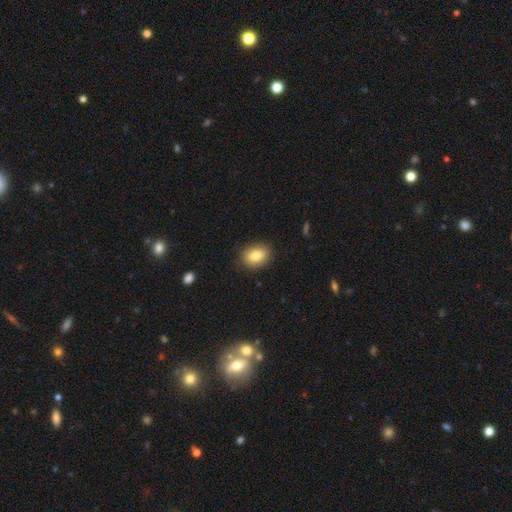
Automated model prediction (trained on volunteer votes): The model was most divided on "how rounded": in between: 65%, round: 34%, cigar-shaped: 1%. More confident: merging — none (86%); smooth or featured — smooth (82%).